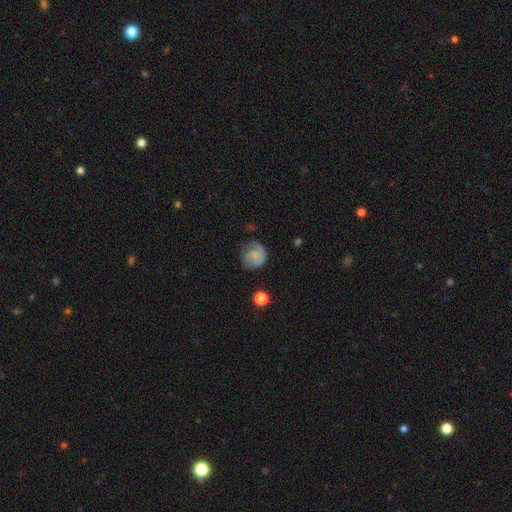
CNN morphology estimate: Smooth or featured?
  - smooth: 52% *
  - featured or disk: 39%
  - star or artifact: 9%
How rounded?
  - round: 81% *
  - in between: 18%
  - cigar-shaped: 1%
Merging?
  - none: 55% *
  - minor disturbance: 26%
  - major disturbance: 17%
  - merger: 2%